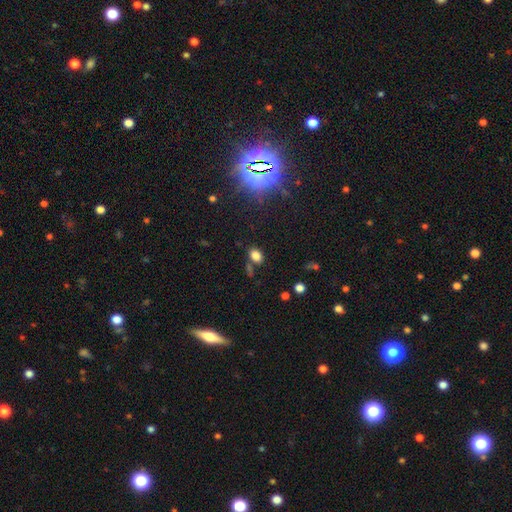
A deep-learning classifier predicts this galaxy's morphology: smooth 79%, star or artifact 15%, featured or disk 6%. Down the decision tree: how rounded — in between (78%); merging — none (72%).